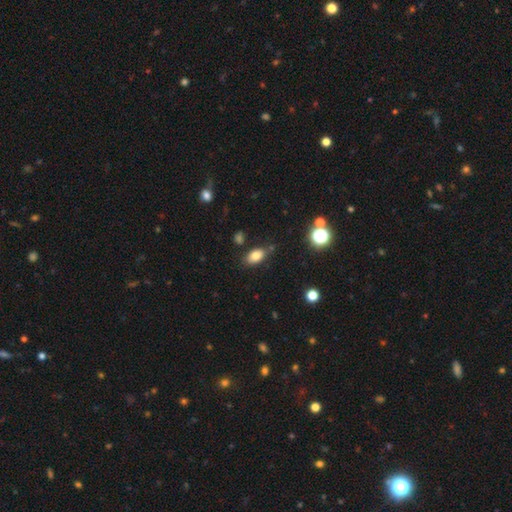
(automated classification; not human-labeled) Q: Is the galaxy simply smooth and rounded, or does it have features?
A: smooth — 80%.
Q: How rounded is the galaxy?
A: in between — 88%.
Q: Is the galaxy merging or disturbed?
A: none — 78%.